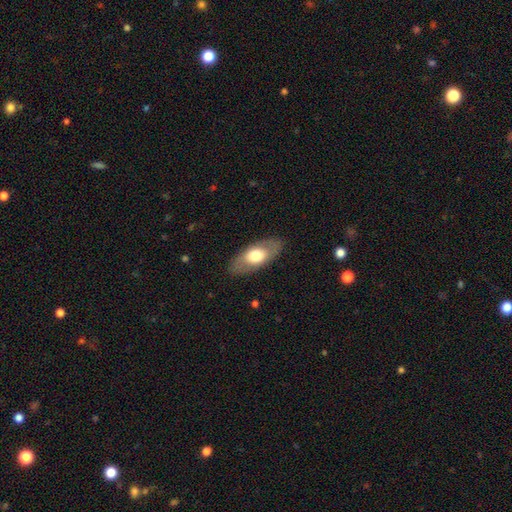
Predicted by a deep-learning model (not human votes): This is possibly a smooth galaxy (59%). How rounded: clearly in between (89%). Merging: clearly none (85%).